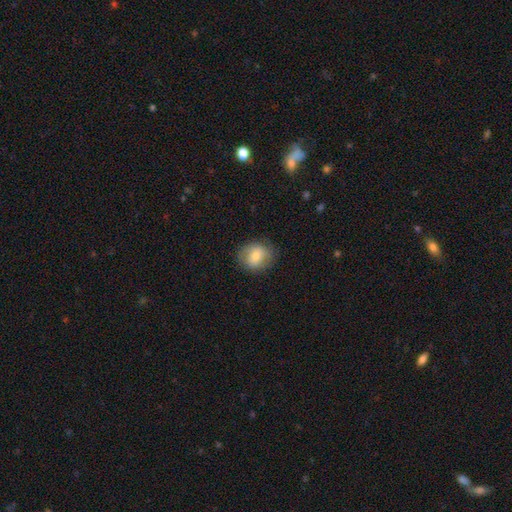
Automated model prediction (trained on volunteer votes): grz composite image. It shows a smooth galaxy with no disk features (68%) that is round (67%). Merging: none (79%).